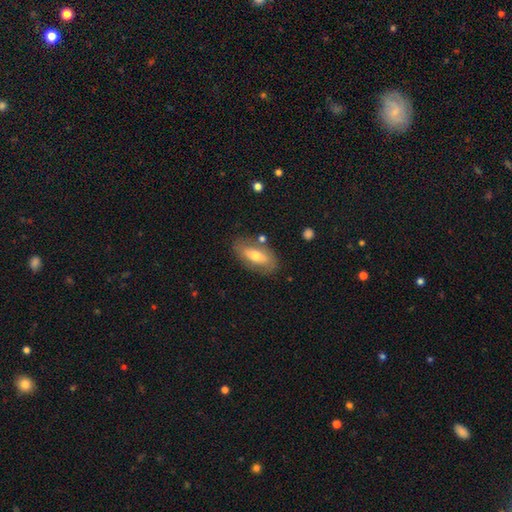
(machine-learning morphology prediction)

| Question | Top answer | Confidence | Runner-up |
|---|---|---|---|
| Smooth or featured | smooth | 54% | featured or disk (39%) |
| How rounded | in between | 84% | cigar-shaped (12%) |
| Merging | none | 77% | minor disturbance (15%) |